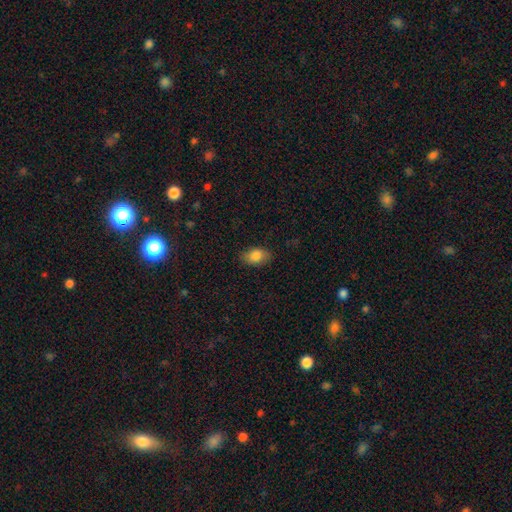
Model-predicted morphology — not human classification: The model was most divided on "merging": none: 84%, minor disturbance: 12%, major disturbance: 3%, merger: 1%. More confident: how rounded — in between (88%); smooth or featured — smooth (82%).